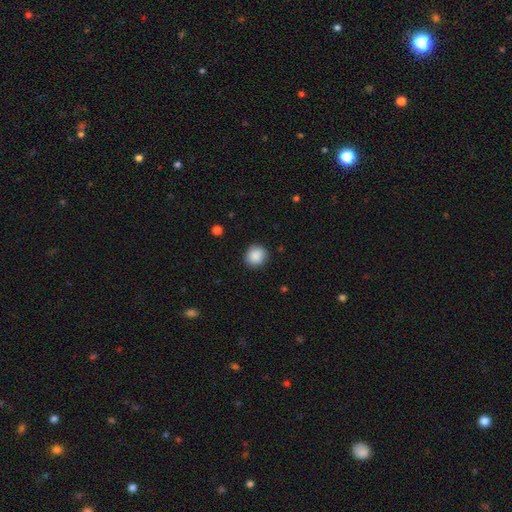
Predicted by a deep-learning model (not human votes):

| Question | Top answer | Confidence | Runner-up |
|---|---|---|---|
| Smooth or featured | smooth | 88% | star or artifact (8%) |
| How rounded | round | 84% | in between (15%) |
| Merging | none | 88% | minor disturbance (8%) |